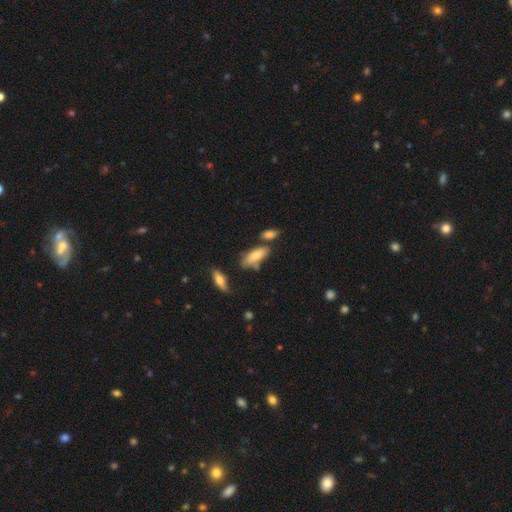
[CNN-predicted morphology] type=smooth (77%); roundness=in between (74%); merging=none (53%).